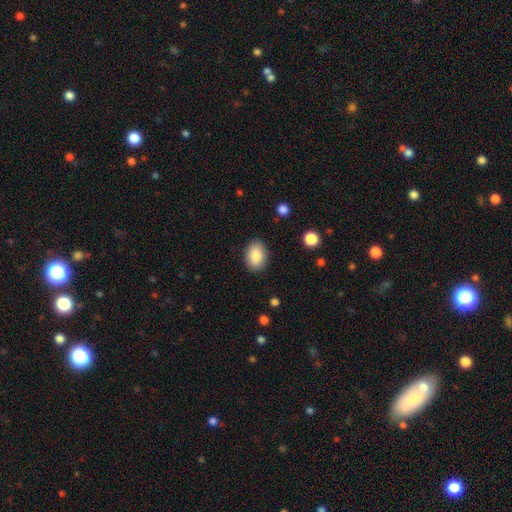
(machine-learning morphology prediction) Smooth or featured? smooth (87%)
How rounded? in between (84%)
Merging? none (87%)